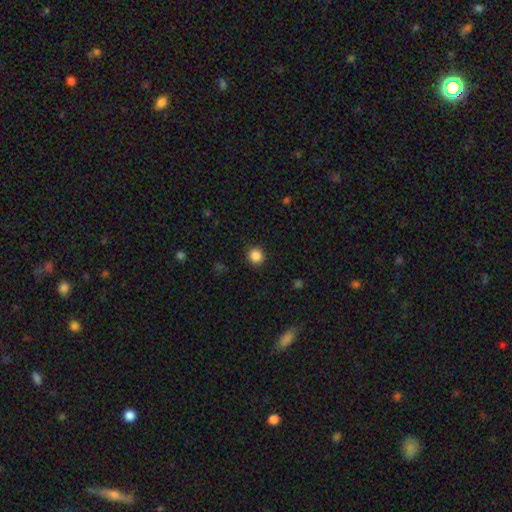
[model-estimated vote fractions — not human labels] Smooth or featured: smooth — 86% (star or artifact — 11%)
How rounded: round — 90% (in between — 9%)
Merging: none — 91% (minor disturbance — 6%)